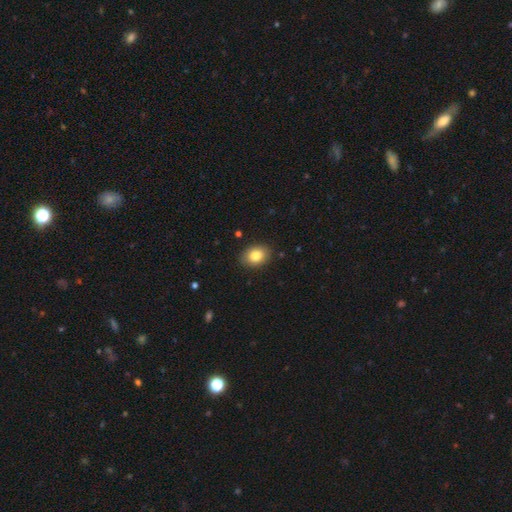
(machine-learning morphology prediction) A smooth galaxy with no disk features (83%) that is in between round and cigar-shaped (71%). Merging: none (88%).